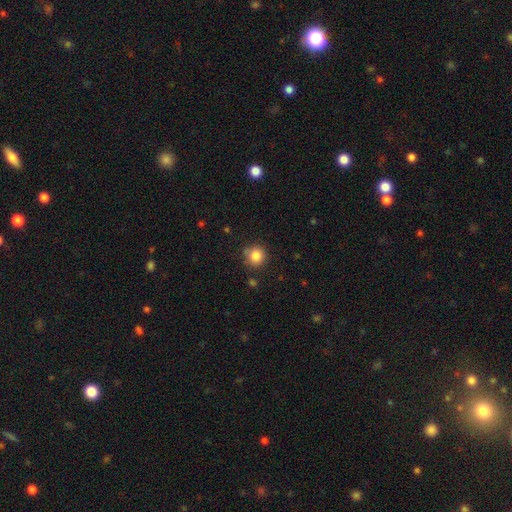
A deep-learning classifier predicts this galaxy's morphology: smooth_or_featured: smooth (p=0.84) [alt: star or artifact p=0.11]
how_rounded: round (p=0.92) [alt: in between p=0.07]
merging: none (p=0.81) [alt: minor disturbance p=0.13]